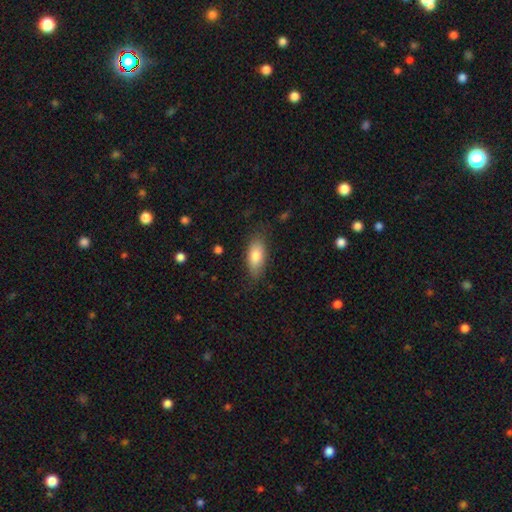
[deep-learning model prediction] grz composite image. It shows a smooth galaxy with no disk features (80%) that is in between round and cigar-shaped (85%). Merging: none (78%).